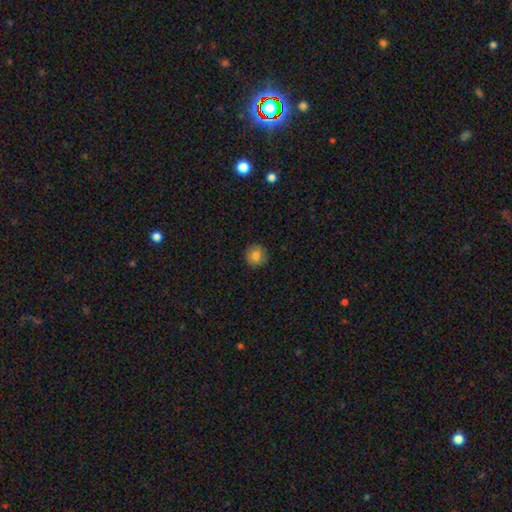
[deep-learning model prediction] smooth-or-featured: smooth: 81% | featured or disk: 10% | star or artifact: 9%
  how-rounded: round: 93% | in between: 6% | cigar-shaped: 1%
  merging: none: 89% | minor disturbance: 8% | major disturbance: 2% | merger: 1%